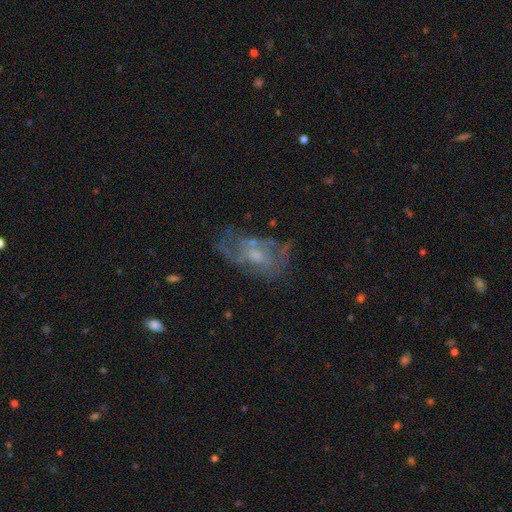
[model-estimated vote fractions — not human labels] This is likely a featured or disk galaxy (67%). It is clearly not viewed edge-on (95%). Bar: likely no (71%). Spiral arm pattern: possibly yes (52%). Central bulge: marginally small (45%). Merging: possibly none (51%).